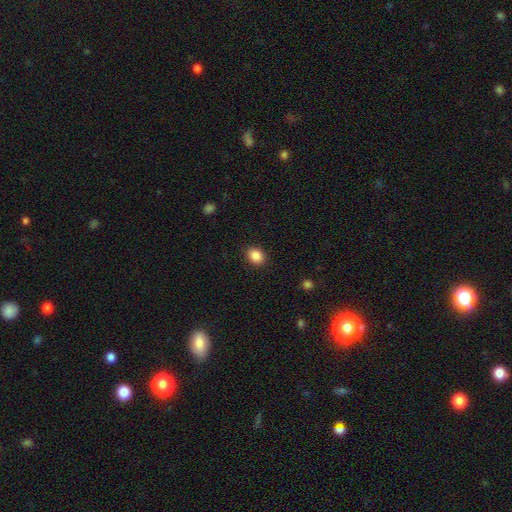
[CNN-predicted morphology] Smooth or featured: smooth — 88% (star or artifact — 9%)
How rounded: in between — 61% (round — 38%)
Merging: none — 89% (minor disturbance — 8%)